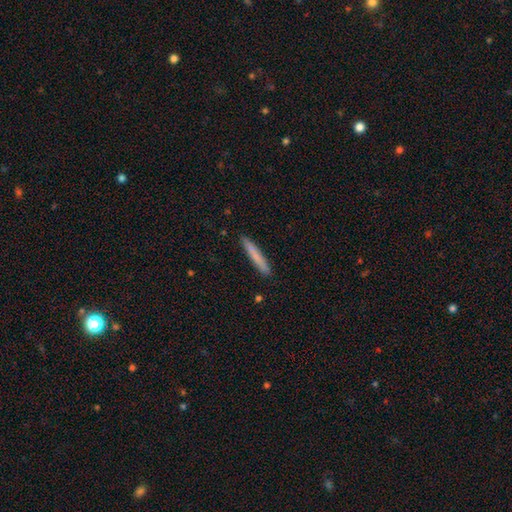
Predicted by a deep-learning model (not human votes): smooth_or_featured: smooth (p=0.77) [alt: featured or disk p=0.17]
how_rounded: cigar-shaped (p=0.96) [alt: in between p=0.03]
merging: none (p=0.91) [alt: minor disturbance p=0.07]